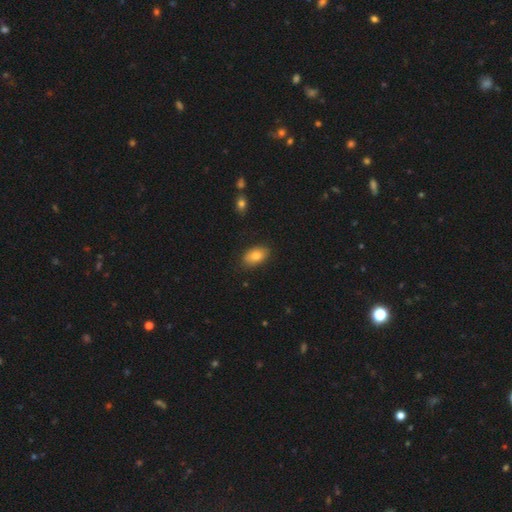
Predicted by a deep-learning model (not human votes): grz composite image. It shows a smooth galaxy with no disk features (81%) that is in between round and cigar-shaped (92%). Merging: none (84%).